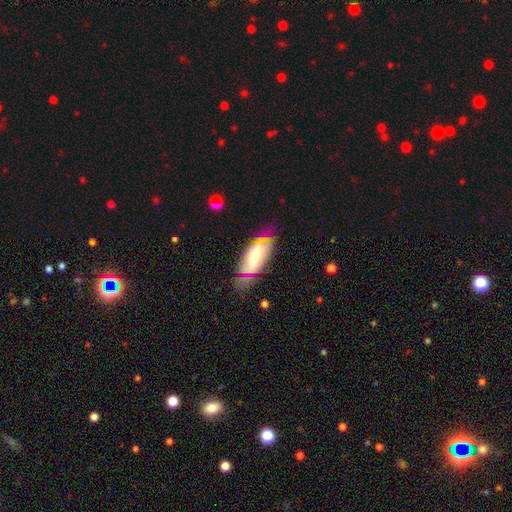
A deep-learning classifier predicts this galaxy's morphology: smooth_or_featured: featured or disk (p=0.59) [alt: smooth p=0.33]
disk_edge_on: no (p=0.83) [alt: yes p=0.17]
merging: none (p=0.64) [alt: minor disturbance p=0.24]